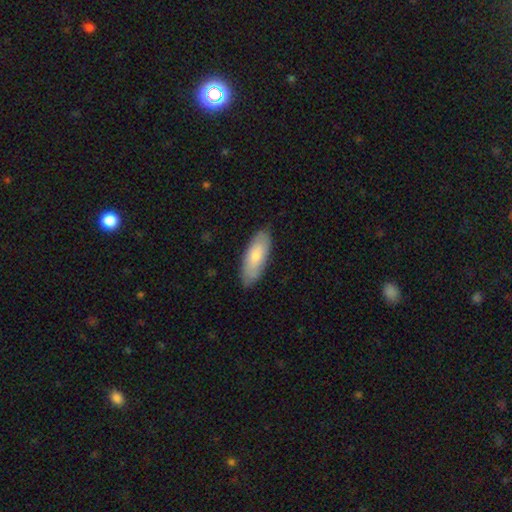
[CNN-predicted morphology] Smooth or featured: smooth — 75% (featured or disk — 20%)
How rounded: in between — 73% (cigar-shaped — 25%)
Merging: none — 83% (minor disturbance — 13%)